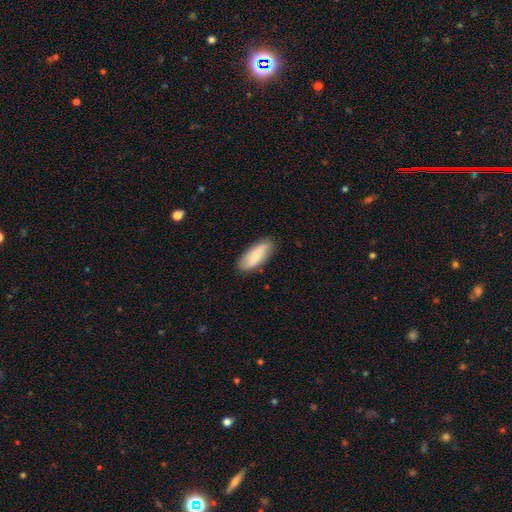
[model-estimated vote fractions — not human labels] smooth 71%, featured or disk 23%, star or artifact 6%. Down the decision tree: how rounded — in between (77%); merging — none (84%).